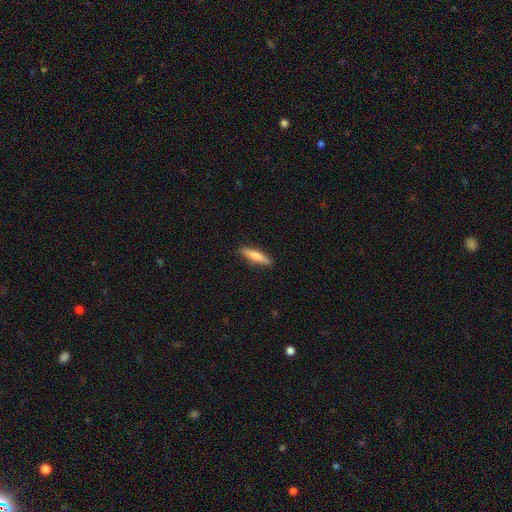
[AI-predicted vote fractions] A smooth galaxy with no disk features (73%) that is cigar-shaped (81%).

Vote fractions:
- Smooth or featured? smooth: 73% / featured or disk: 21% / star or artifact: 5%
- How rounded? cigar-shaped: 81% / in between: 18% / round: 2%
- Merging? none: 89% / minor disturbance: 8% / major disturbance: 2% / merger: 1%